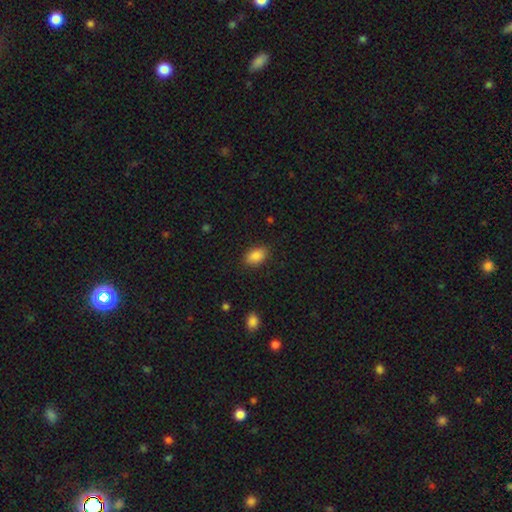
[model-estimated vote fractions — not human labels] Smooth or featured: smooth — 88% (star or artifact — 8%)
How rounded: in between — 87% (round — 12%)
Merging: none — 85% (minor disturbance — 11%)